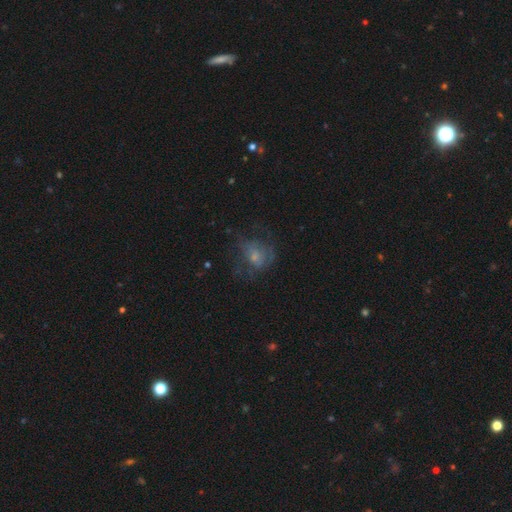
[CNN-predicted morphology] This is marginally a featured or disk galaxy (44%). Merging: marginally none (44%).